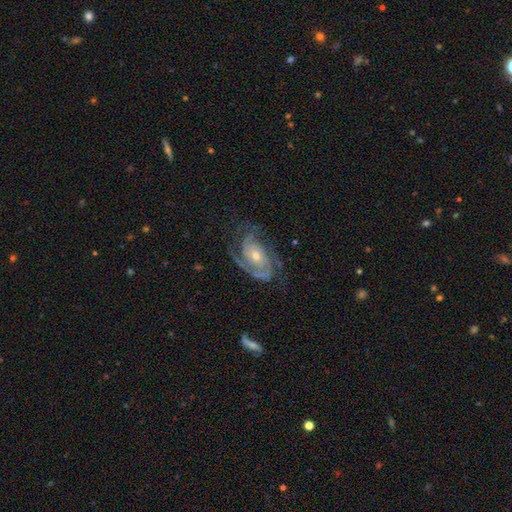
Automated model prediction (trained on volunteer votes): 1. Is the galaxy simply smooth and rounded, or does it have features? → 91% featured or disk, 5% smooth, 5% star or artifact.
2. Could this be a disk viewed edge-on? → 97% no, 3% yes.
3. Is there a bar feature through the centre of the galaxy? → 68% no, 23% weak, 9% strong.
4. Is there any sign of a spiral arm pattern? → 98% yes, 2% no.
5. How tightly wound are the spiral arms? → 54% tight, 38% medium, 8% loose.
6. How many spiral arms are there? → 61% 2, 20% 3, 9% can't tell, 4% 1, 4% 4, 3% more than 4.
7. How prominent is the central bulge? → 51% moderate, 44% small, 2% large, 1% none, 1% dominant.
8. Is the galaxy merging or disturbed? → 71% none, 18% minor disturbance, 10% major disturbance, 1% merger.